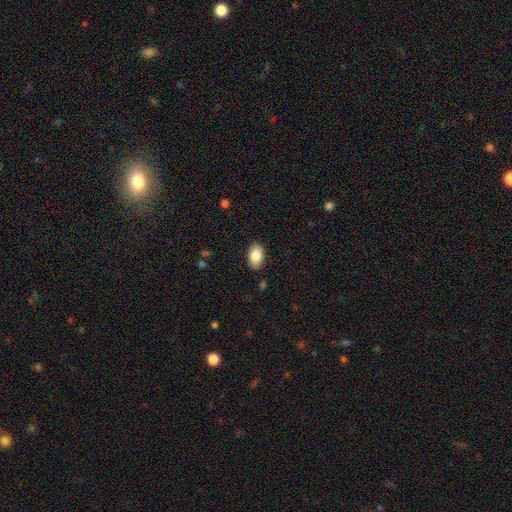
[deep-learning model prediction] Smooth or featured?
  - smooth: 86% *
  - featured or disk: 8%
  - star or artifact: 7%
How rounded?
  - in between: 93% *
  - round: 5%
  - cigar-shaped: 1%
Merging?
  - none: 87% *
  - minor disturbance: 10%
  - major disturbance: 2%
  - merger: 1%